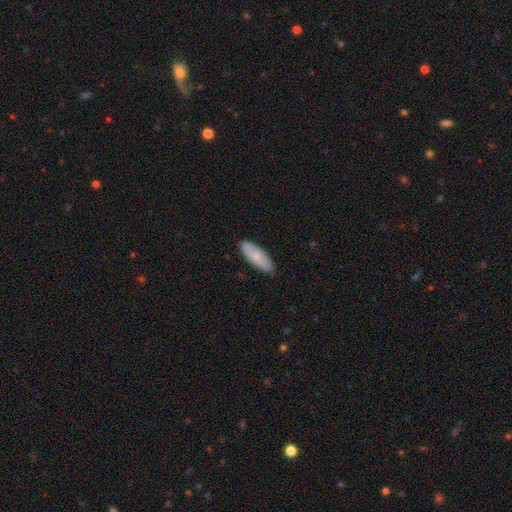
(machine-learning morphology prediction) This appears to be a smooth galaxy with no disk features (72%) that is in between round and cigar-shaped (67%). Merging: none (86%).